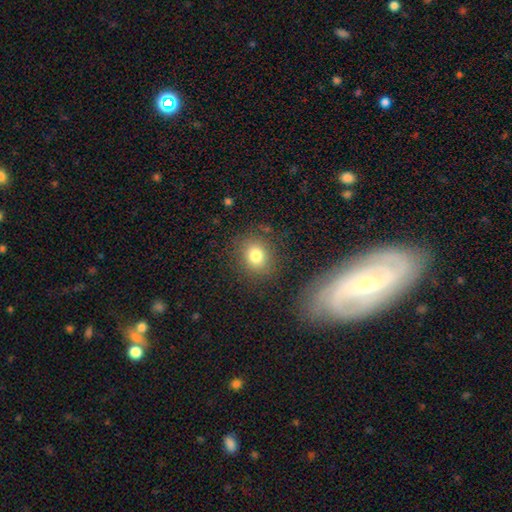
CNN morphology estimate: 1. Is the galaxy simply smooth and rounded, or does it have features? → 80% smooth, 11% star or artifact, 9% featured or disk.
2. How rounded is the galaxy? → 70% round, 29% in between, 1% cigar-shaped.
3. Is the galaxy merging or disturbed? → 81% none, 11% minor disturbance, 4% major disturbance, 4% merger.